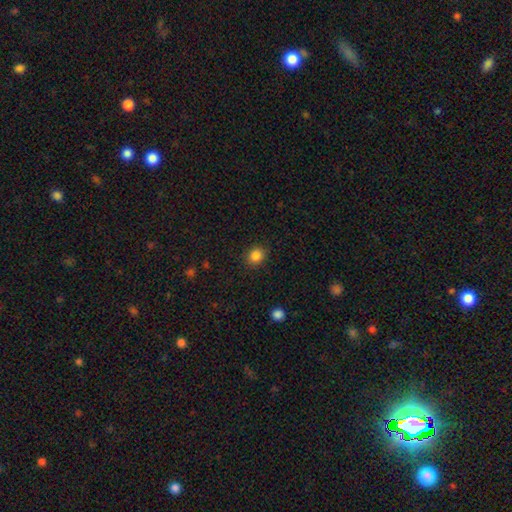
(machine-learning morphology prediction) Smooth or featured? smooth (86%)
How rounded? round (76%)
Merging? none (89%)